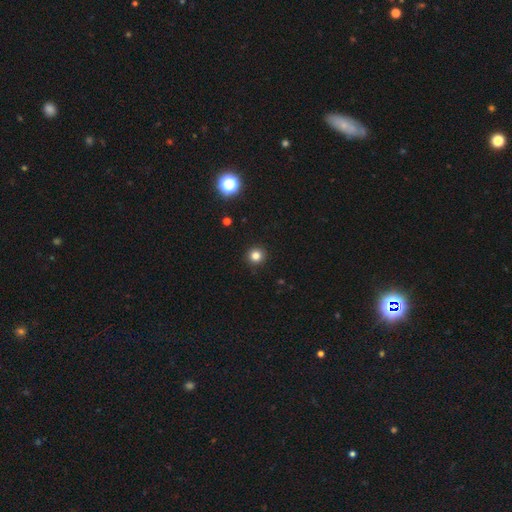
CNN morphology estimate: This is clearly a smooth galaxy (81%). How rounded: clearly round (95%). Merging: clearly none (93%).